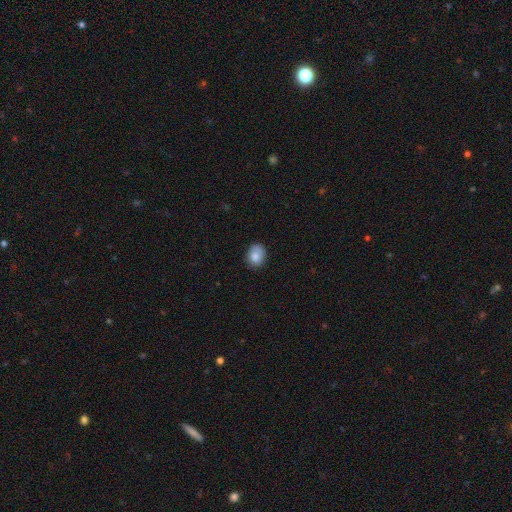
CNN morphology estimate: Smooth or featured?
  - smooth: 83% *
  - featured or disk: 9%
  - star or artifact: 8%
How rounded?
  - in between: 56% *
  - round: 43%
  - cigar-shaped: 1%
Merging?
  - none: 72% *
  - minor disturbance: 22%
  - major disturbance: 4%
  - merger: 2%